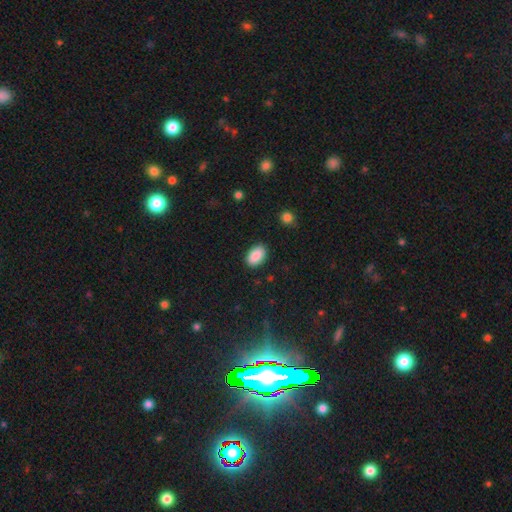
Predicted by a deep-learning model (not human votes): smooth 89%, star or artifact 7%, featured or disk 3%. Down the decision tree: how rounded — in between (91%); merging — none (88%).